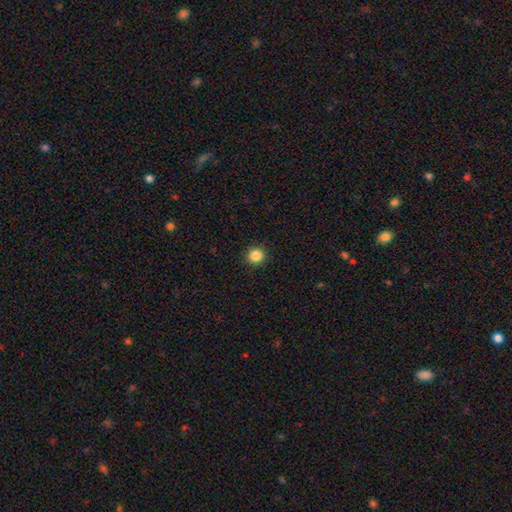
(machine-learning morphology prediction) Smooth or featured: smooth — 86% (star or artifact — 11%)
How rounded: round — 95% (in between — 4%)
Merging: none — 92% (minor disturbance — 5%)